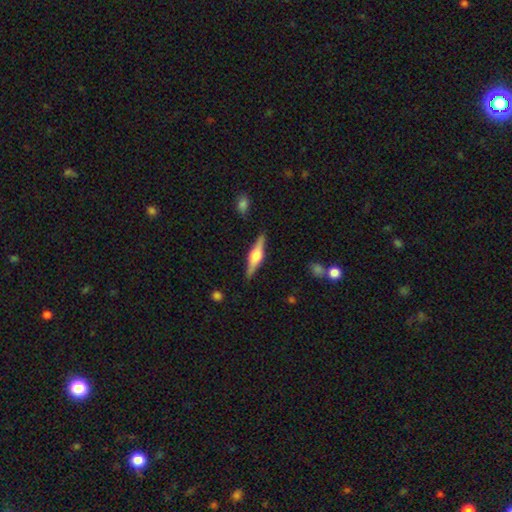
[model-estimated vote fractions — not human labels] This appears to be a featured or disk galaxy (71%) viewed edge-on (97%) with a rounded central bulge (90%). Merging: none (89%).